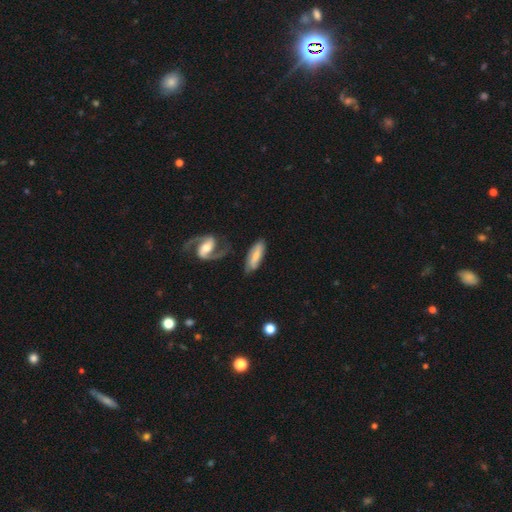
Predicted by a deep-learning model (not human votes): smooth 53%, featured or disk 41%, star or artifact 7%. Down the decision tree: how rounded — in between (54%); merging — none (64%).